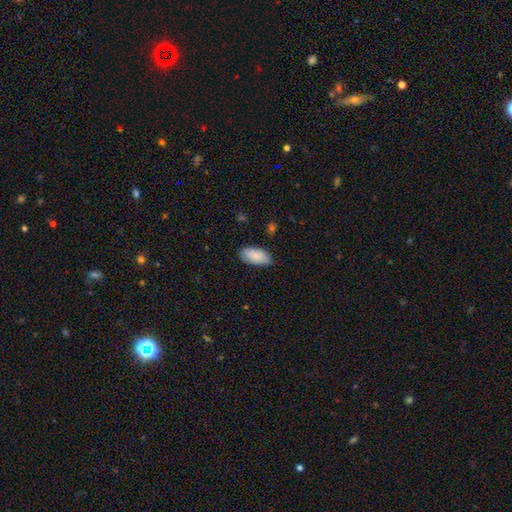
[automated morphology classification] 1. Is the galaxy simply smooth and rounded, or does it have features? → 87% smooth, 7% featured or disk, 6% star or artifact.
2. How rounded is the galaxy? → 94% in between, 4% cigar-shaped, 2% round.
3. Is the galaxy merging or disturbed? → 81% none, 15% minor disturbance, 3% major disturbance, 1% merger.